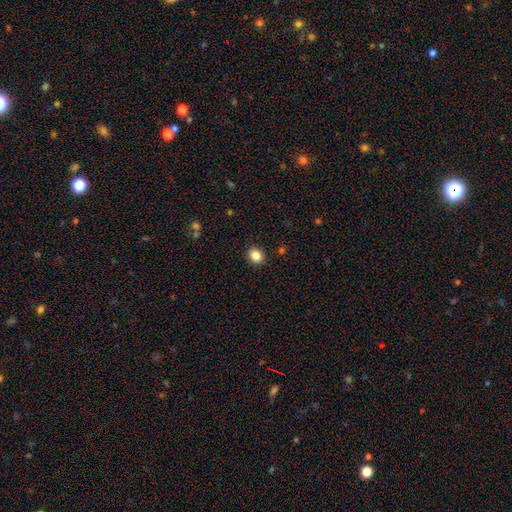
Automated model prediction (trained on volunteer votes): Smooth or featured? smooth (84%)
How rounded? round (70%)
Merging? none (91%)